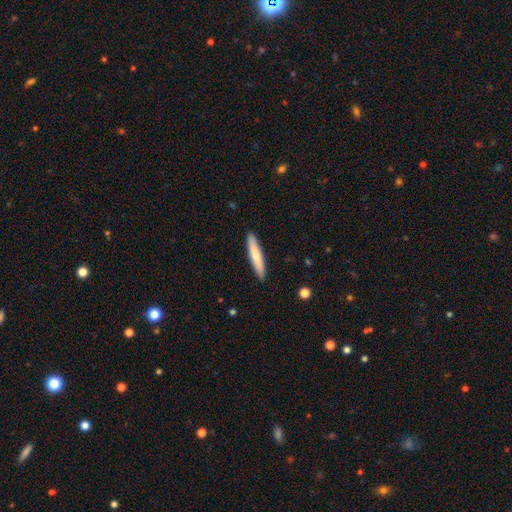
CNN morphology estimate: A smooth galaxy with no disk features (72%) that is cigar-shaped (93%). Merging: none (91%).